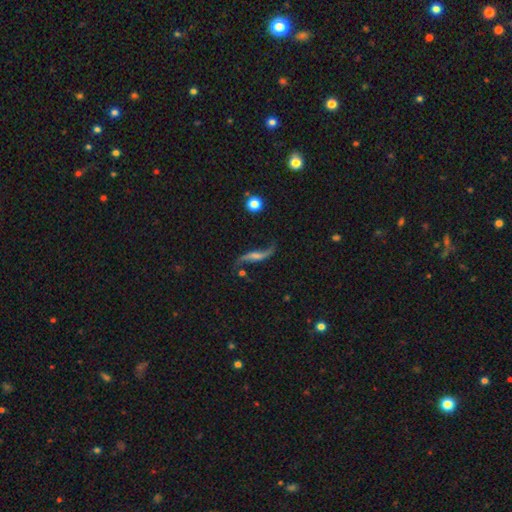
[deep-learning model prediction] This appears to be a featured or disk galaxy (82%) with no bar (47%), 2 (92%) loose (94%) spiral arms (95%) and a small central bulge (37%). Merging: none (70%).